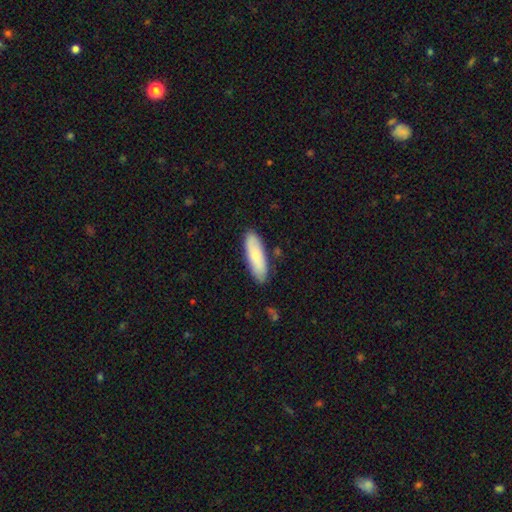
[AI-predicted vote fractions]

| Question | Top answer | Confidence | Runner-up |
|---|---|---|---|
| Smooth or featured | smooth | 78% | featured or disk (16%) |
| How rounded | in between | 51% | cigar-shaped (47%) |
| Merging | none | 84% | minor disturbance (12%) |